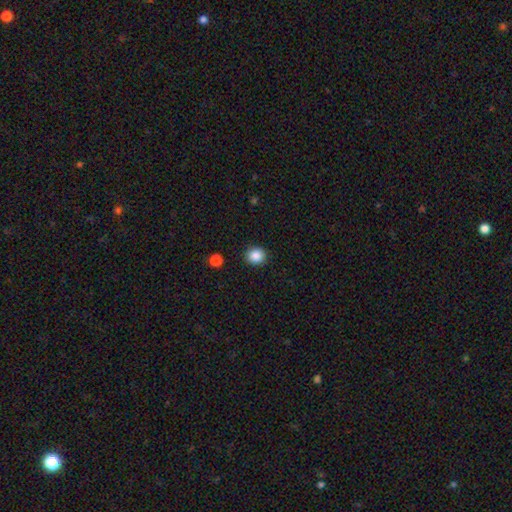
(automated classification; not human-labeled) Smooth or featured? Predicted: smooth (p=0.87). How rounded? Predicted: round (p=0.83). Merging? Predicted: none (p=0.91).